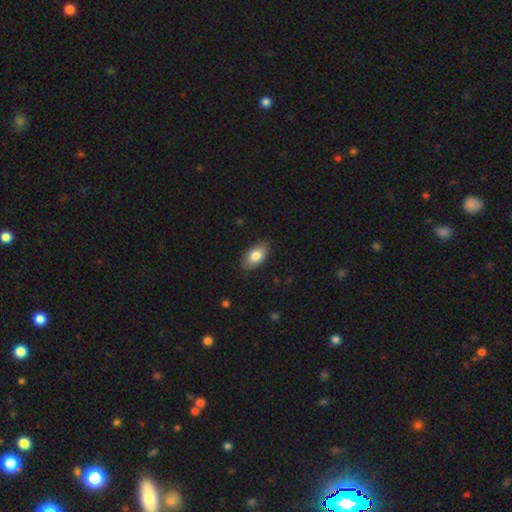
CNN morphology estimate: Smooth or featured?
  - smooth: 84% *
  - featured or disk: 9%
  - star or artifact: 7%
How rounded?
  - in between: 92% *
  - round: 5%
  - cigar-shaped: 3%
Merging?
  - none: 85% *
  - minor disturbance: 11%
  - major disturbance: 2%
  - merger: 1%